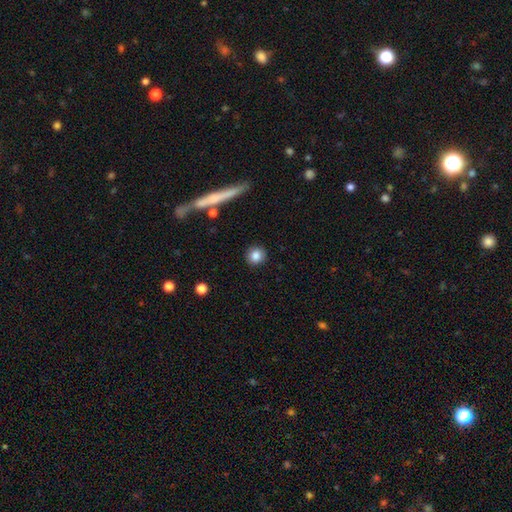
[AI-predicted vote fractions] A smooth galaxy with no disk features (84%) that is round (89%).

Vote fractions:
- Smooth or featured? smooth: 84% / star or artifact: 9% / featured or disk: 7%
- How rounded? round: 89% / in between: 9% / cigar-shaped: 2%
- Merging? none: 90% / minor disturbance: 6% / major disturbance: 2% / merger: 2%